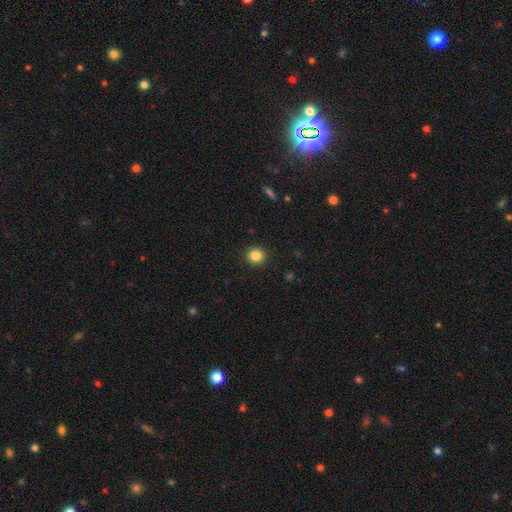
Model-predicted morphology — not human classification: A smooth galaxy with no disk features (84%) that is round (92%).

Vote fractions:
- Smooth or featured? smooth: 84% / star or artifact: 11% / featured or disk: 5%
- How rounded? round: 92% / in between: 7% / cigar-shaped: 1%
- Merging? none: 92% / minor disturbance: 5% / major disturbance: 2% / merger: 1%